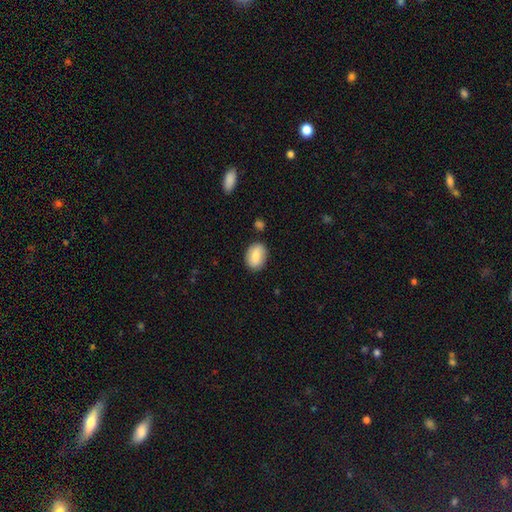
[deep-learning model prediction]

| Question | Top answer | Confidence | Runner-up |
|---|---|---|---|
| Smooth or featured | smooth | 81% | featured or disk (13%) |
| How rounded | in between | 80% | round (19%) |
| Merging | none | 84% | minor disturbance (11%) |